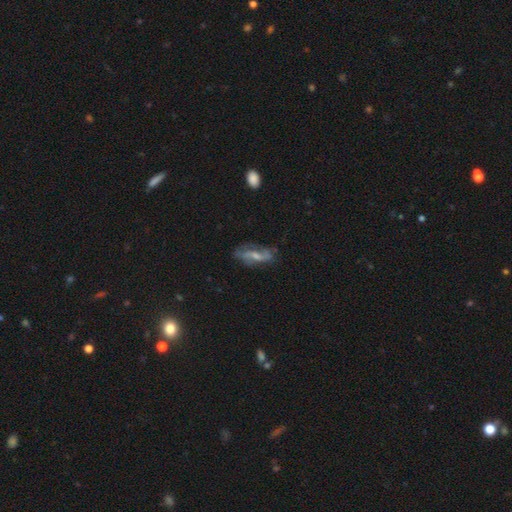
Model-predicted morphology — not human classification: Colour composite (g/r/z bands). It shows a featured or disk galaxy (67%) with a weak bar (44%), spiral arms (83%) and a small central bulge (41%, tied with moderate). Merging: none (61%).